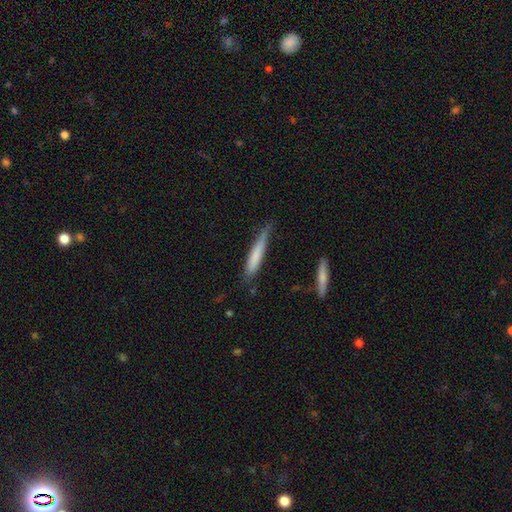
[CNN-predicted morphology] A smooth galaxy with no disk features (69%) that is cigar-shaped (93%). Merging: none (65%).